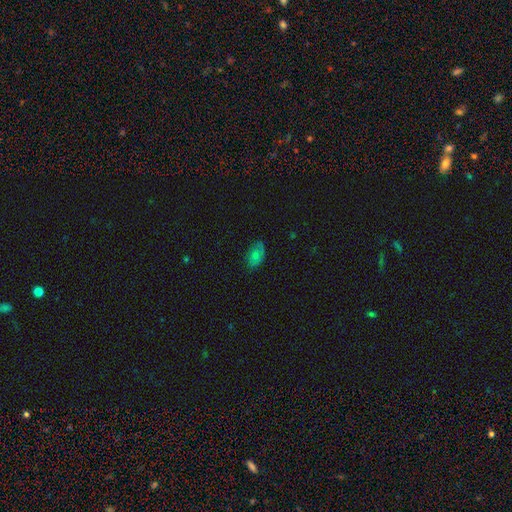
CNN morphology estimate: This appears to be a smooth galaxy with no disk features (65%) that is in between round and cigar-shaped (87%). Merging: none (69%).